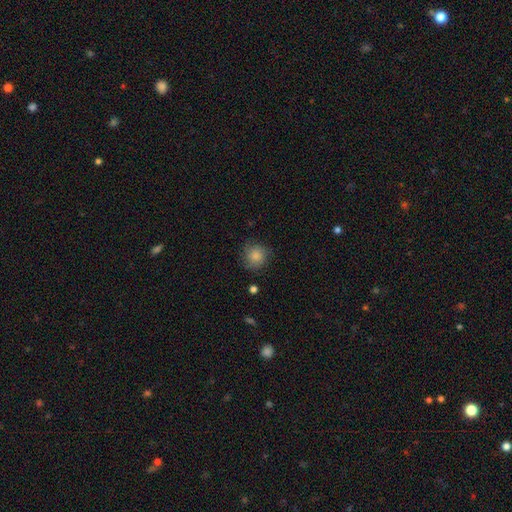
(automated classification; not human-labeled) Overall: smooth (77%). How rounded: round (89%). Merging: none (74%).